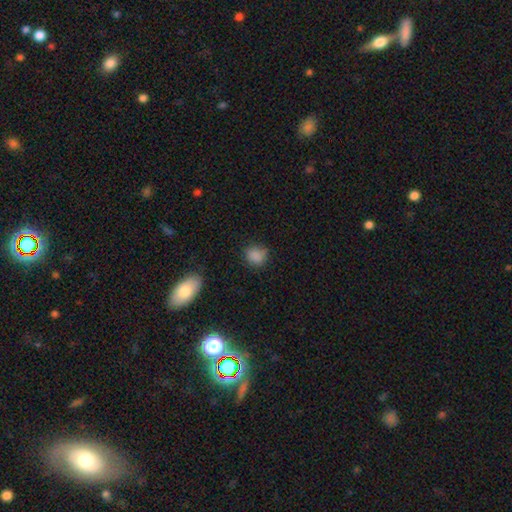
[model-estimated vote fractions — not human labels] A smooth galaxy with no disk features (83%) that is round (67%).

Vote fractions:
- Smooth or featured? smooth: 83% / star or artifact: 12% / featured or disk: 5%
- How rounded? round: 67% / in between: 32% / cigar-shaped: 1%
- Merging? none: 72% / minor disturbance: 21% / major disturbance: 5% / merger: 2%